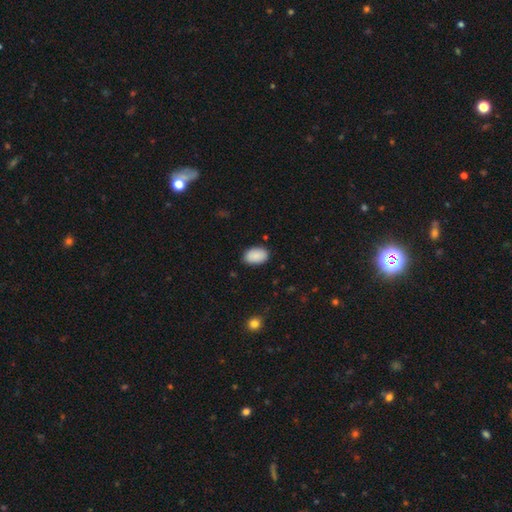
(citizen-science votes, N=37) Smooth or featured? smooth (95%)
How rounded? in between (97%)
Merging? none (91%)